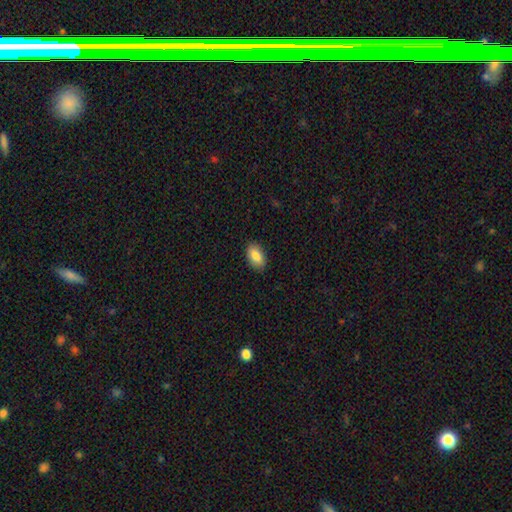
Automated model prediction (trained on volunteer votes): Overall: smooth (84%). How rounded: in between (93%). Merging: none (89%).